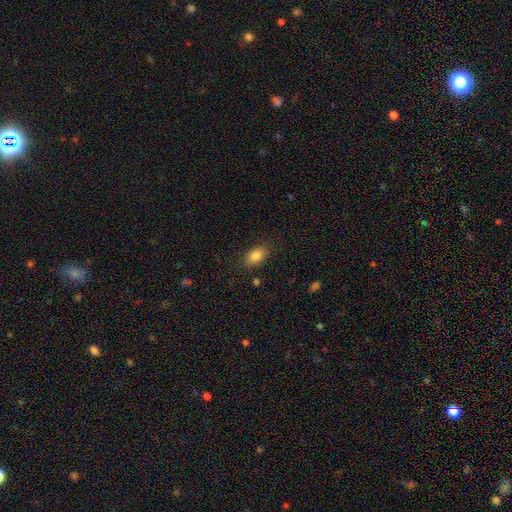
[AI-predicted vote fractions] smooth 85%, star or artifact 9%, featured or disk 7%. Down the decision tree: how rounded — in between (84%); merging — none (84%).